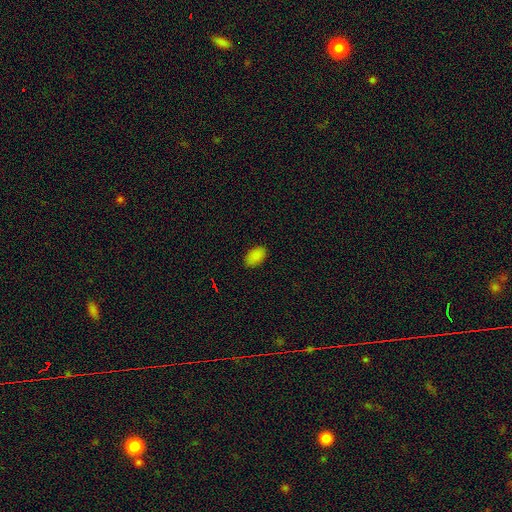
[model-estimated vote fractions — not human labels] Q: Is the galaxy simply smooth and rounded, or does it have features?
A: smooth — 86%.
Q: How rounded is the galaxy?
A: in between — 93%.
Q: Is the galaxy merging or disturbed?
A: none — 87%.